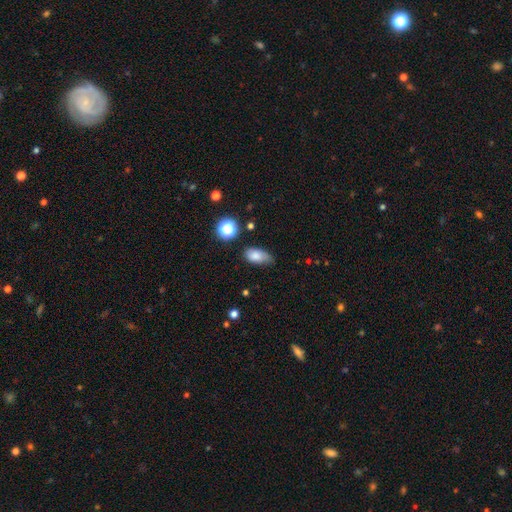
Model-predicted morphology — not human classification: smooth_or_featured: smooth (p=0.81) [alt: star or artifact p=0.10]
how_rounded: in between (p=0.88) [alt: round p=0.07]
merging: none (p=0.56) [alt: minor disturbance p=0.34]